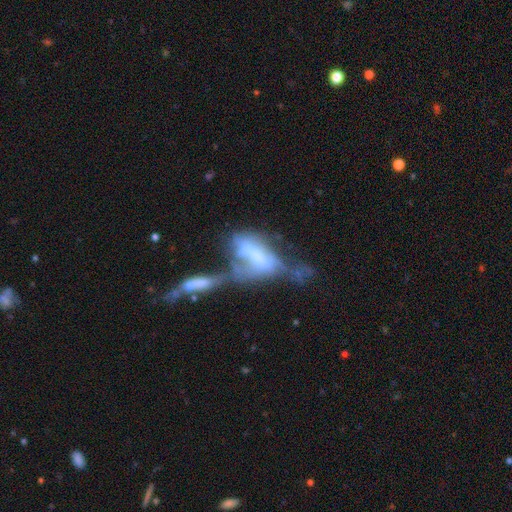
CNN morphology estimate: smooth_or_featured: featured or disk (p=0.55) [alt: smooth p=0.35]
disk_edge_on: no (p=0.85) [alt: yes p=0.15]
merging: merger (p=0.58) [alt: major disturbance p=0.25]